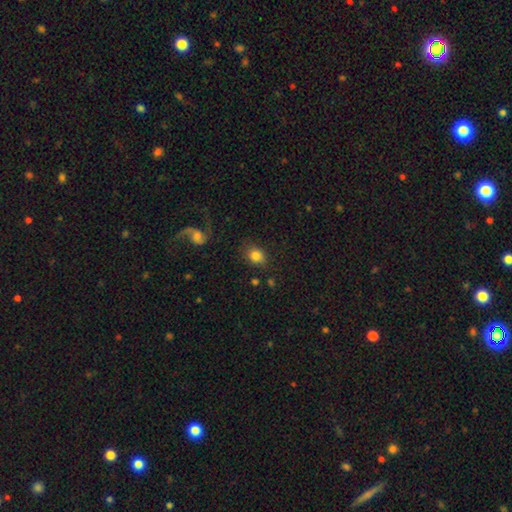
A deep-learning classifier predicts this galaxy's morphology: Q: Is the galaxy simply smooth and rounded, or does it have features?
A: smooth — 81%.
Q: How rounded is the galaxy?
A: in between — 50%.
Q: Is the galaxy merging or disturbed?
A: none — 78%.